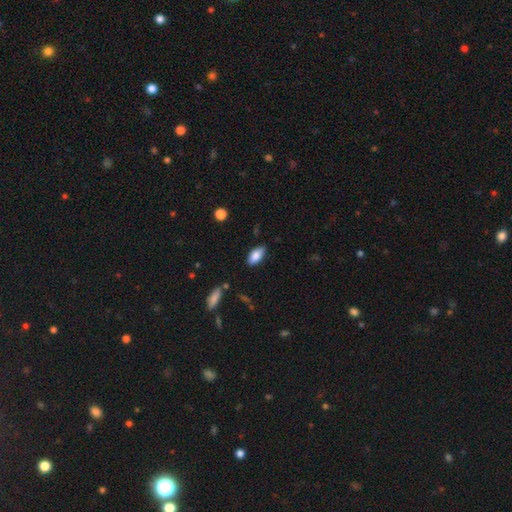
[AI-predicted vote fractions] The model was most divided on "merging": none: 83%, minor disturbance: 13%, major disturbance: 2%, merger: 2%. More confident: how rounded — in between (91%); smooth or featured — smooth (85%).